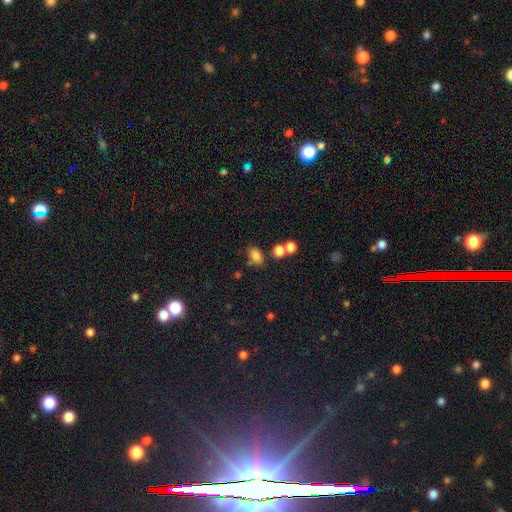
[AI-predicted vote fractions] Smooth or featured: smooth — 80% (star or artifact — 13%)
How rounded: in between — 82% (round — 16%)
Merging: none — 66% (merger — 16%)